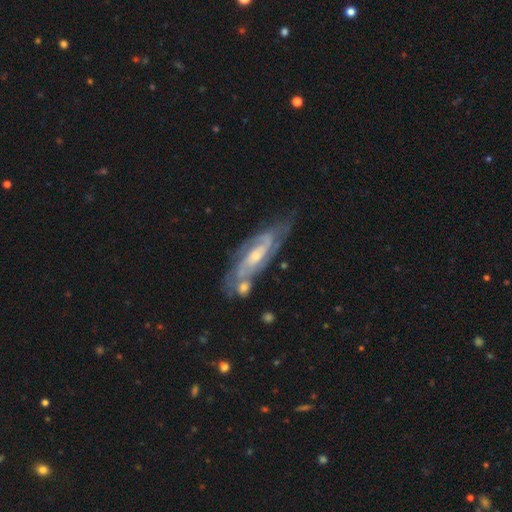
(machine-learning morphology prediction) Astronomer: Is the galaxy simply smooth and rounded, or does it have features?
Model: featured or disk — 86%.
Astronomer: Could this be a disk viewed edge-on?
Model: no — 87%.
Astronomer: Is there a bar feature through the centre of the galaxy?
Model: no — 43% (runner-up: weak, 42%).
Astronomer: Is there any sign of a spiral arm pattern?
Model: yes — 96%.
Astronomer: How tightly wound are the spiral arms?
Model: tight — 46% (runner-up: medium, 43%).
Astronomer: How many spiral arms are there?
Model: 2 — 62%.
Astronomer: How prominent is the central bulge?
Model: small — 53% (runner-up: moderate, 42%).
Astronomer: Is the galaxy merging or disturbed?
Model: none — 63%.